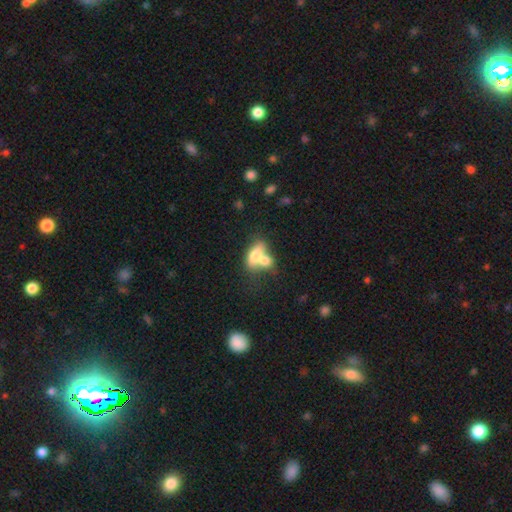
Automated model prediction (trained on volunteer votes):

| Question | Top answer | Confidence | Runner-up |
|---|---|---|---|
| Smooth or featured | smooth | 70% | featured or disk (23%) |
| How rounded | in between | 80% | round (12%) |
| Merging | merger | 67% | none (21%) |